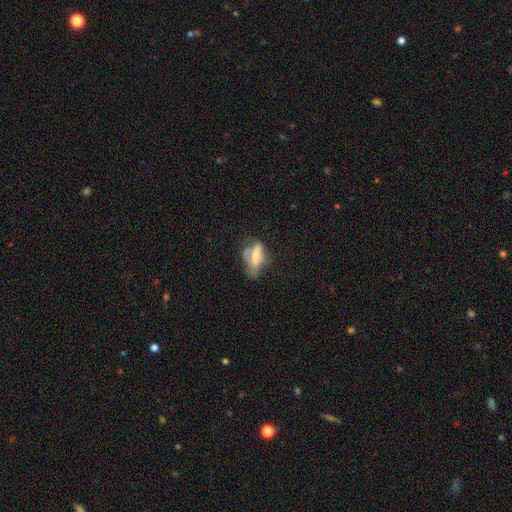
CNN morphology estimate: This appears to be a smooth galaxy with no disk features (55%) that is in between round and cigar-shaped (71%). Merging: major disturbance (35%).